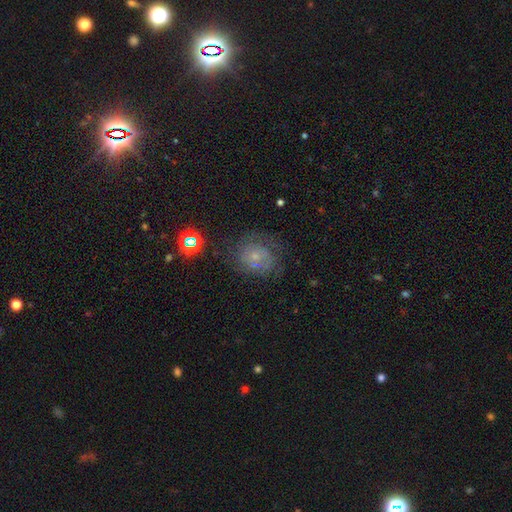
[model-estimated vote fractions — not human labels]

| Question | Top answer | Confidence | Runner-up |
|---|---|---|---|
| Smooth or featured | featured or disk | 56% | smooth (26%) |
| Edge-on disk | no | 97% | yes (3%) |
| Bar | no | 75% | weak (21%) |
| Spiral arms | yes | 79% | no (21%) |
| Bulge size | small | 64% | moderate (27%) |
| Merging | none | 65% | minor disturbance (20%) |